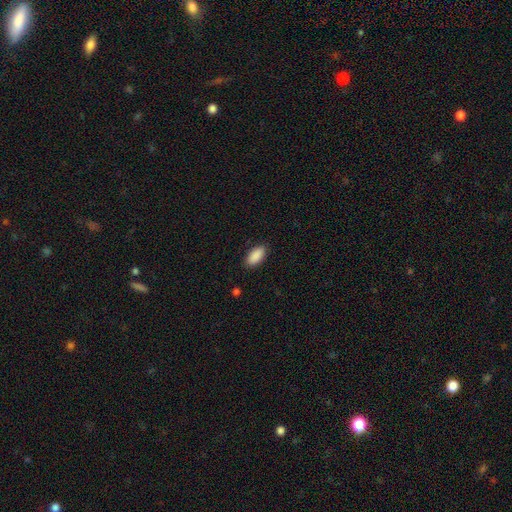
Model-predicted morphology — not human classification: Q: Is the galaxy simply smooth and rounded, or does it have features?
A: smooth — 90%.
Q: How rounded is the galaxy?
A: in between — 92%.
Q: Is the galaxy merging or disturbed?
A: none — 88%.